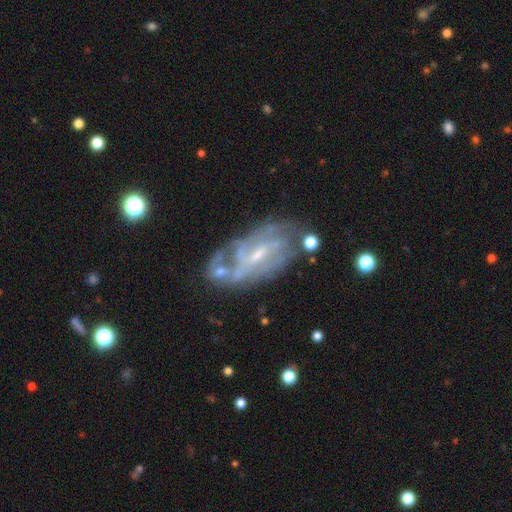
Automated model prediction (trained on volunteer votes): featured or disk 82%, smooth 11%, star or artifact 7%. Down the decision tree: edge-on disk — no (94%); bar — weak (51%); spiral arms — yes (86%); spiral arm count — can't tell (38%); spiral winding — tight (47%); bulge size — small (62%); merging — none (55%).